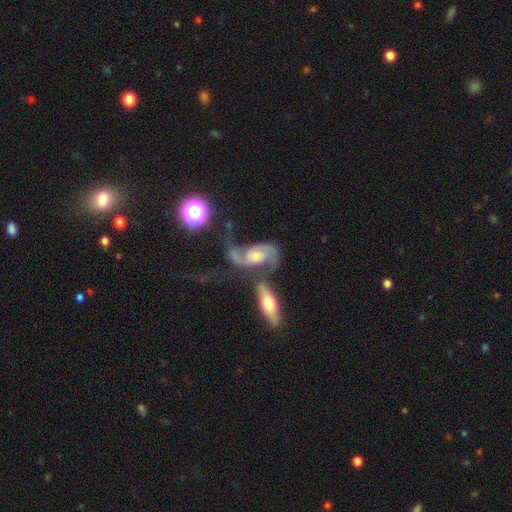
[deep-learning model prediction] Smooth or featured: featured or disk — 81% (smooth — 12%)
Edge-on disk: no — 93% (yes — 7%)
Bar: no — 58% (weak — 33%)
Spiral arms: yes — 93% (no — 7%)
Spiral winding: loose — 49% (medium — 37%)
Spiral arm count: 2 — 85% (can't tell — 6%)
Bulge size: moderate — 53% (small — 35%)
Merging: merger — 45% (none — 25%)